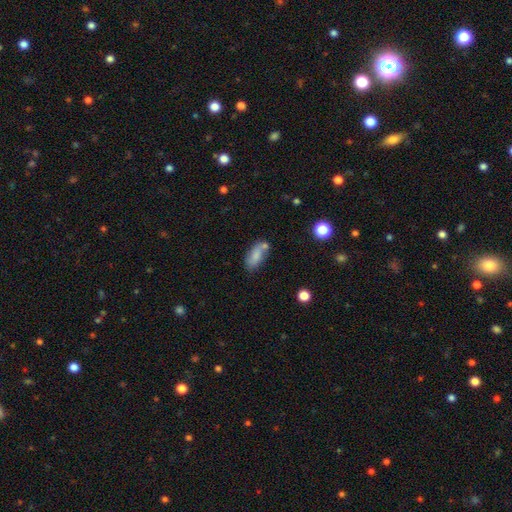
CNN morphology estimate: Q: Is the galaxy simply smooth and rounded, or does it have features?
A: smooth — 74%.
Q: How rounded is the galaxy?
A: in between — 84%.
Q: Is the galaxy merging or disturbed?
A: none — 53%.